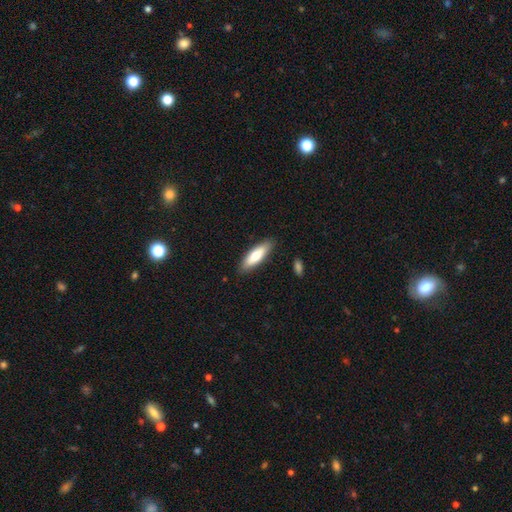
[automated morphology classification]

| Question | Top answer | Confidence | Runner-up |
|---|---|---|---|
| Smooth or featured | smooth | 72% | featured or disk (23%) |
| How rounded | cigar-shaped | 49% | tied: in between (49%) |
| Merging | none | 86% | minor disturbance (10%) |